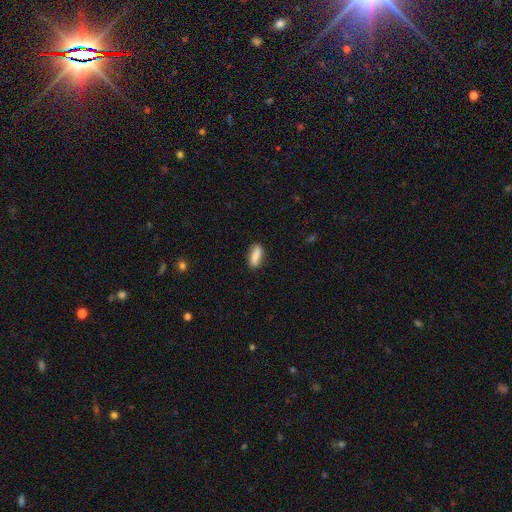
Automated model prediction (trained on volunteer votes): A smooth galaxy with no disk features (81%) that is in between round and cigar-shaped (66%). Merging: none (83%).